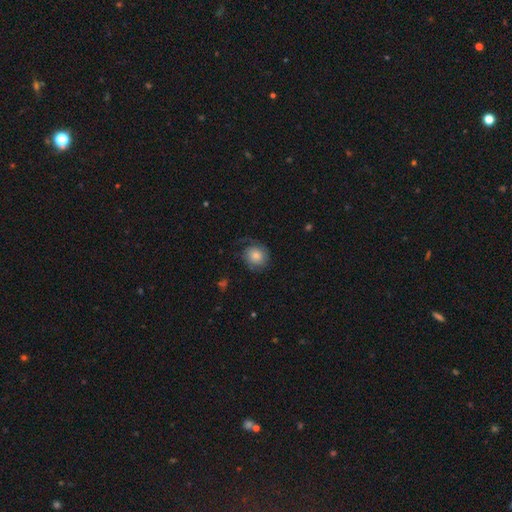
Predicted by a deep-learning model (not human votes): Overall: smooth (48%; featured or disk 43%). Merging: none (62%).